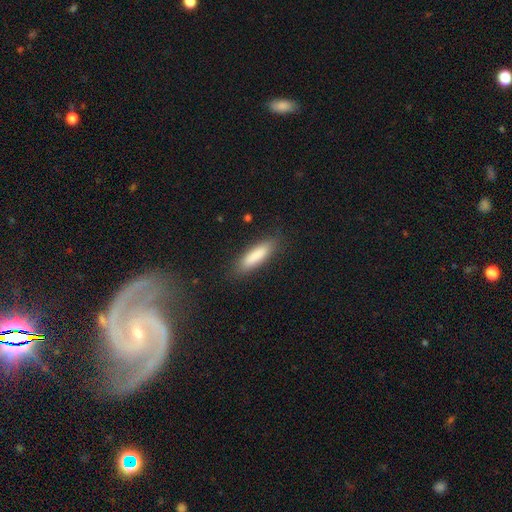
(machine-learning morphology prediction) type=smooth (86%); roundness=cigar-shaped (66%); merging=none (86%).